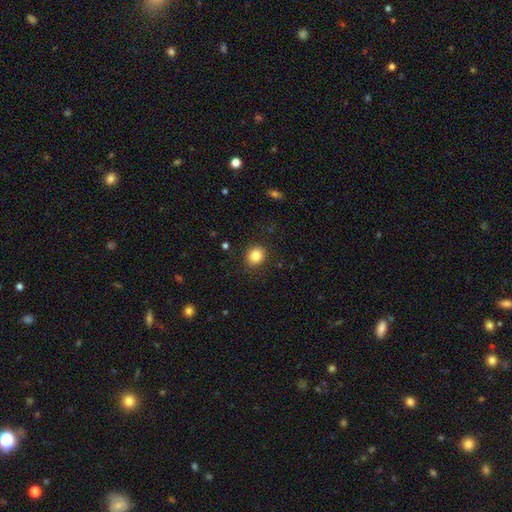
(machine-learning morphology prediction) A smooth galaxy with no disk features (84%) that is round (77%). Merging: none (89%).